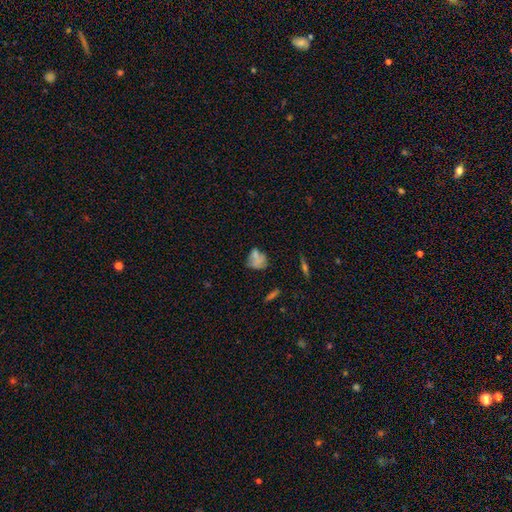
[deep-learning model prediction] smooth-or-featured: smooth: 57% | featured or disk: 24% | star or artifact: 19%
  how-rounded: round: 52% | in between: 45% | cigar-shaped: 3%
  merging: none: 49% | minor disturbance: 23% | merger: 16% | major disturbance: 13%